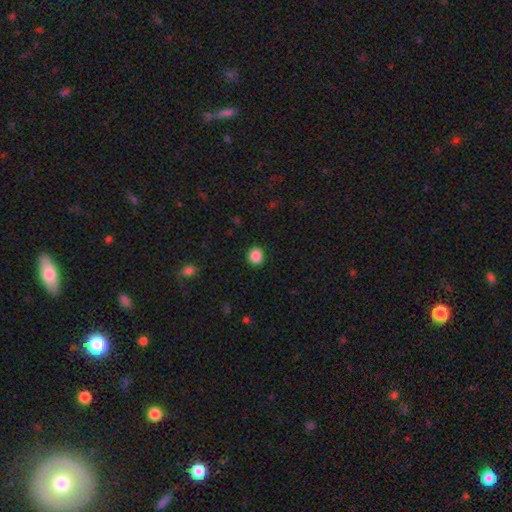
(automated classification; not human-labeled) Smooth or featured?
  - smooth: 88% *
  - star or artifact: 9%
  - featured or disk: 2%
How rounded?
  - round: 85% *
  - in between: 14%
  - cigar-shaped: 1%
Merging?
  - none: 91% *
  - minor disturbance: 6%
  - major disturbance: 2%
  - merger: 1%